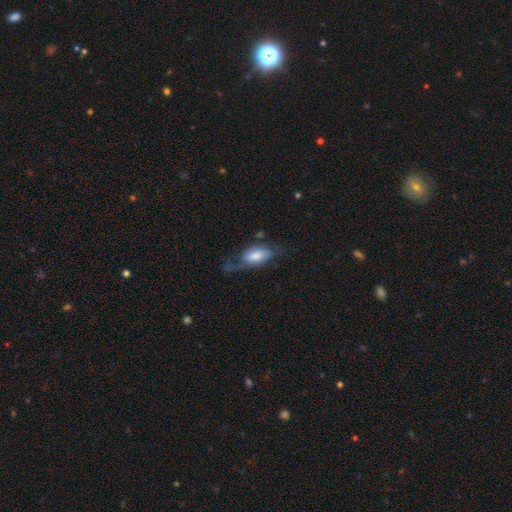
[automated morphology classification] Smooth or featured: smooth — 51% (featured or disk — 42%)
How rounded: in between — 84% (cigar-shaped — 11%)
Merging: none — 36% (major disturbance — 34%)